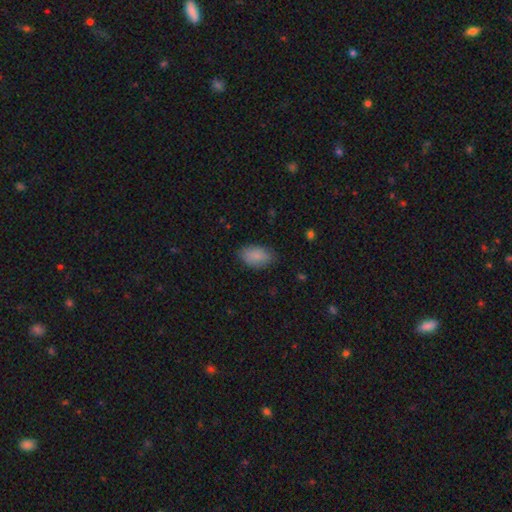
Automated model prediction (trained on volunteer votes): A smooth galaxy with no disk features (86%) that is in between round and cigar-shaped (92%). Merging: none (79%).